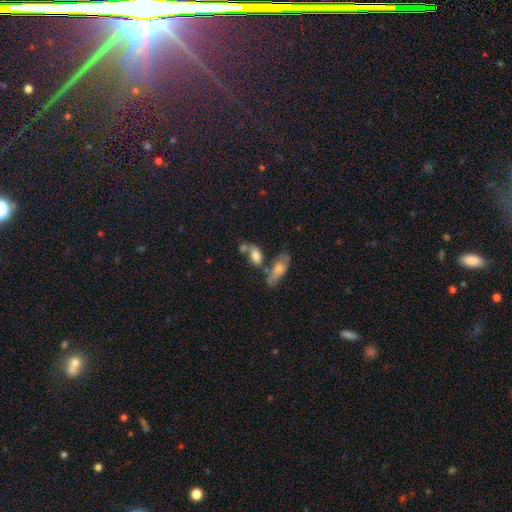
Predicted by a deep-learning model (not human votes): A smooth galaxy with no disk features (76%) that is in between round and cigar-shaped (84%). Merging: none (43%).